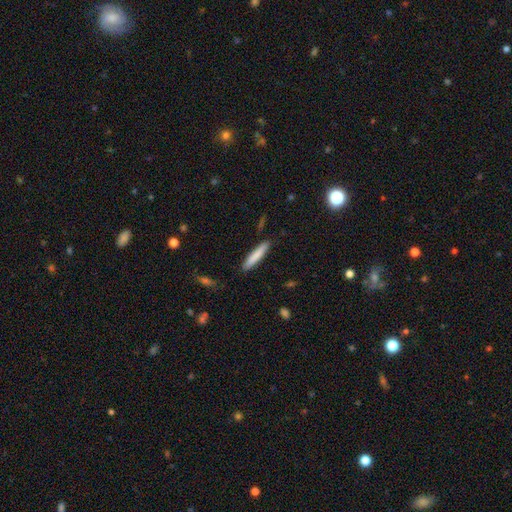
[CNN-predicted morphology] Smooth or featured?
  - smooth: 81% *
  - featured or disk: 13%
  - star or artifact: 6%
How rounded?
  - cigar-shaped: 91% *
  - in between: 8%
  - round: 1%
Merging?
  - none: 89% *
  - minor disturbance: 8%
  - major disturbance: 2%
  - merger: 1%